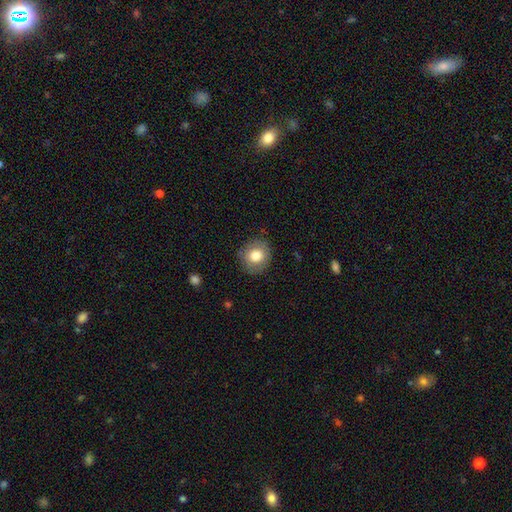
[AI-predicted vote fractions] Q: Smooth or featured?
A: smooth (78%); runner-up: featured or disk (13%)
Q: How rounded?
A: round (84%); runner-up: in between (15%)
Q: Merging?
A: none (86%); runner-up: minor disturbance (10%)